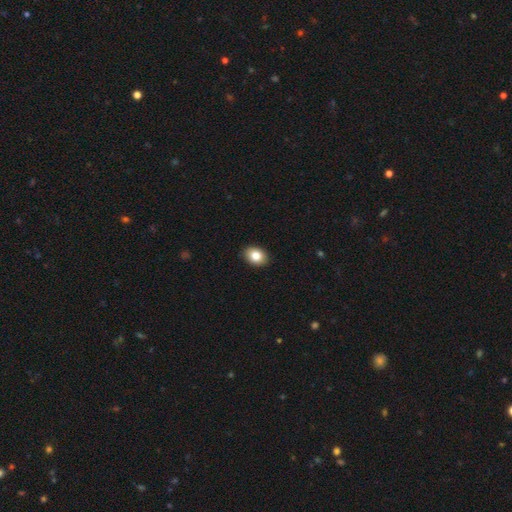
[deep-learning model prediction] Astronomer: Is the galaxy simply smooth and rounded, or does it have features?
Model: smooth — 84%.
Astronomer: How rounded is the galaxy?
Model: in between — 68%.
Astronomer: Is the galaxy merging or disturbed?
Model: none — 90%.